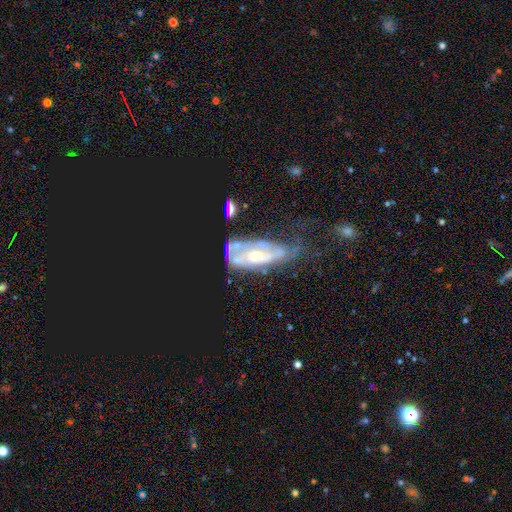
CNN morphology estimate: A featured or disk galaxy (71%) with no bar (67%), spiral arms (59%) and a moderate central bulge (50%). Merging: major disturbance (41%).